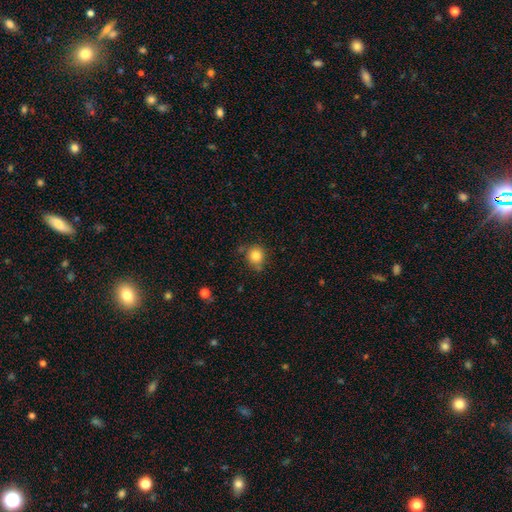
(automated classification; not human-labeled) Smooth or featured? Predicted: smooth (p=0.84). How rounded? Predicted: round (p=0.86). Merging? Predicted: none (p=0.73).